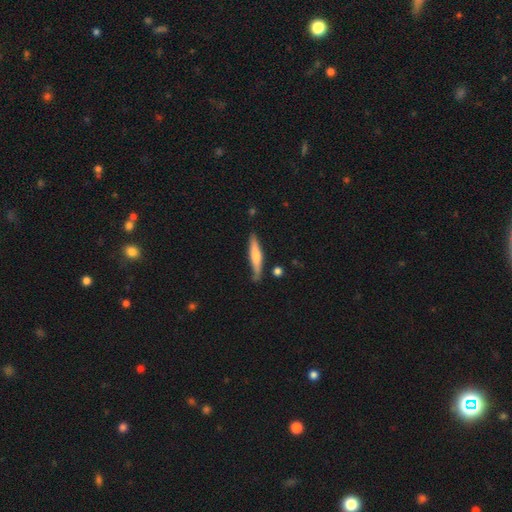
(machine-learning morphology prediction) type=smooth (56%); roundness=cigar-shaped (88%); merging=none (74%).